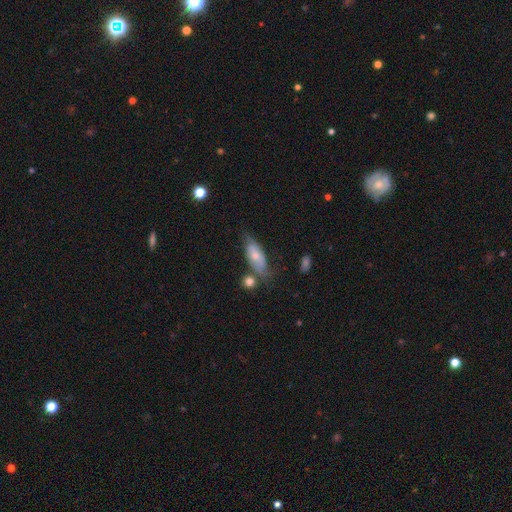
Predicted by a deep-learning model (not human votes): Smooth or featured: smooth — 59% (featured or disk — 34%)
How rounded: in between — 77% (cigar-shaped — 20%)
Merging: none — 52% (minor disturbance — 27%)